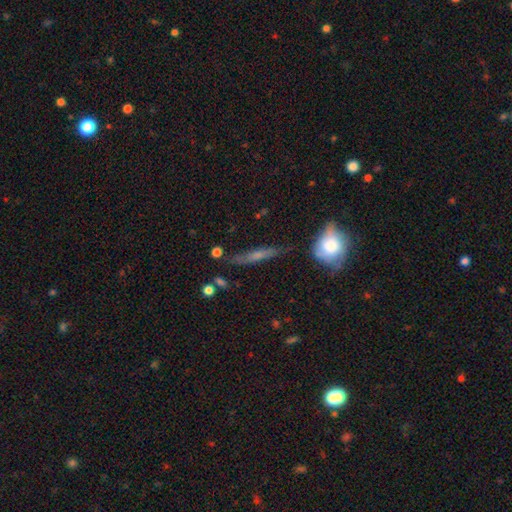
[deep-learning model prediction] Q: Smooth or featured?
A: featured or disk (46%); runner-up: smooth (42%)
Q: Merging?
A: none (73%); runner-up: minor disturbance (17%)